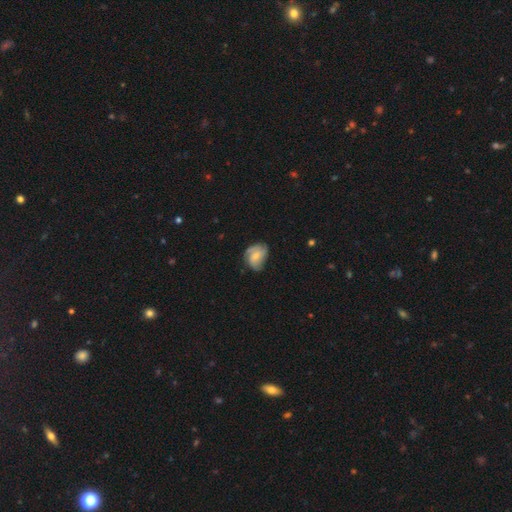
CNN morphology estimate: smooth-or-featured: featured or disk: 55% | smooth: 38% | star or artifact: 7%
  disk-edge-on: no: 97% | yes: 3%
    bar: no: 60% | weak: 33% | strong: 7%
    has-spiral-arms: yes: 86% | no: 14%
    bulge-size: small: 48% | moderate: 41% | none: 7% | large: 3% | dominant: 1%
  merging: none: 58% | minor disturbance: 29% | major disturbance: 12% | merger: 2%